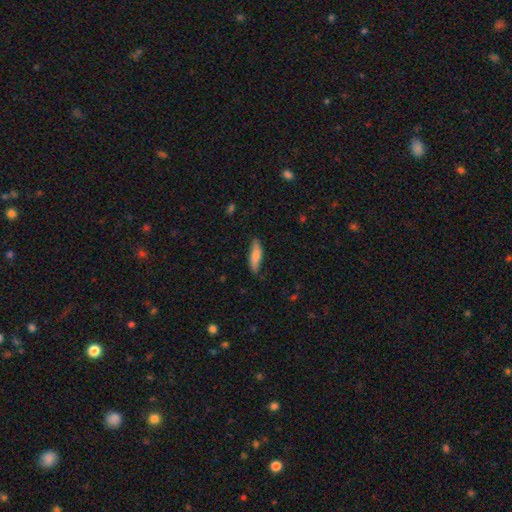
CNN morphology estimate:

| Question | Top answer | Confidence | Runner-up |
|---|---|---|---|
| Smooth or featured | smooth | 74% | featured or disk (21%) |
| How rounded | cigar-shaped | 61% | in between (37%) |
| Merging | none | 74% | minor disturbance (21%) |